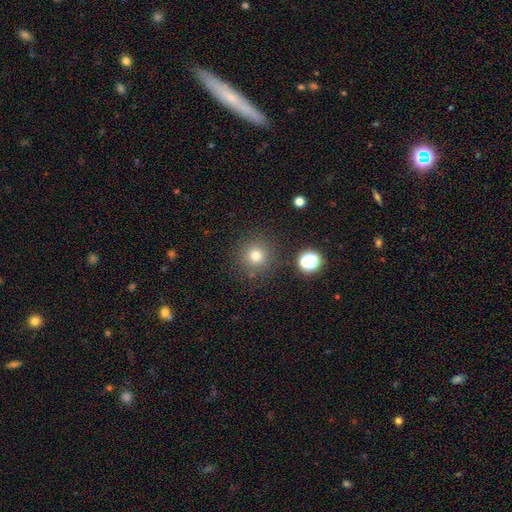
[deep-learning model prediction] Morphology: type=smooth (77%); roundness=round (95%); merging=none (86%).